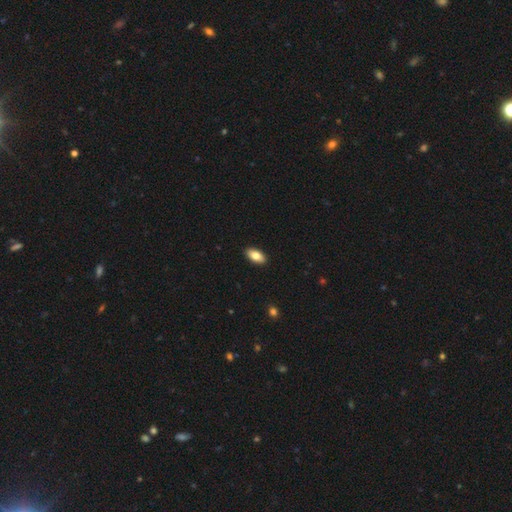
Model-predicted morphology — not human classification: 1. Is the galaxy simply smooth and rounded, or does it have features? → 82% smooth, 12% featured or disk, 7% star or artifact.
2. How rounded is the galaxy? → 92% in between, 5% cigar-shaped, 3% round.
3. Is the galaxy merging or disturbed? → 91% none, 7% minor disturbance, 1% major disturbance, 1% merger.